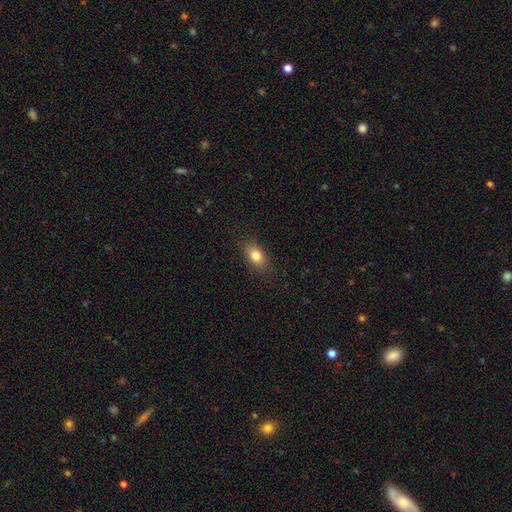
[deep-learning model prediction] Q: Smooth or featured?
A: smooth (81%); runner-up: featured or disk (10%)
Q: How rounded?
A: in between (82%); runner-up: round (14%)
Q: Merging?
A: none (85%); runner-up: minor disturbance (11%)